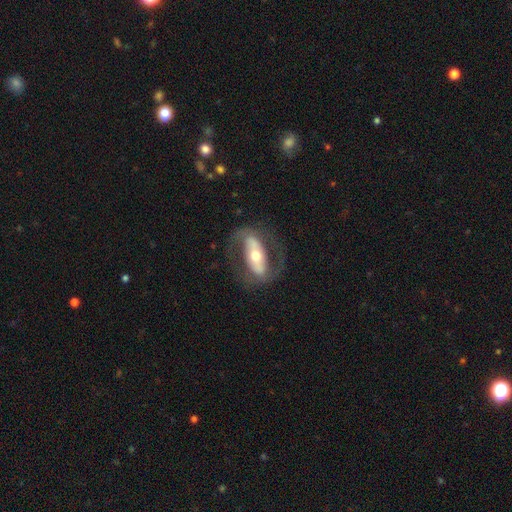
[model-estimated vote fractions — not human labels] Overall: featured or disk (76%). Edge-on disk: no (88%). Bar: strong (58%; no 22%). Spiral arms: yes (69%; no 31%). Bulge size: moderate (60%; small 30%). Merging: none (73%).